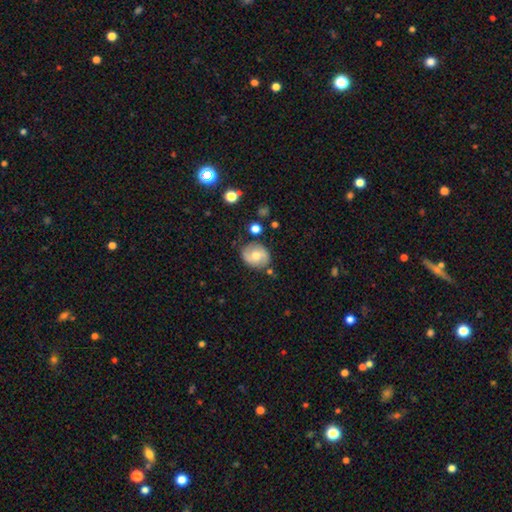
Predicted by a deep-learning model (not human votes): Morphology: type=smooth (48%); merging=none (77%).